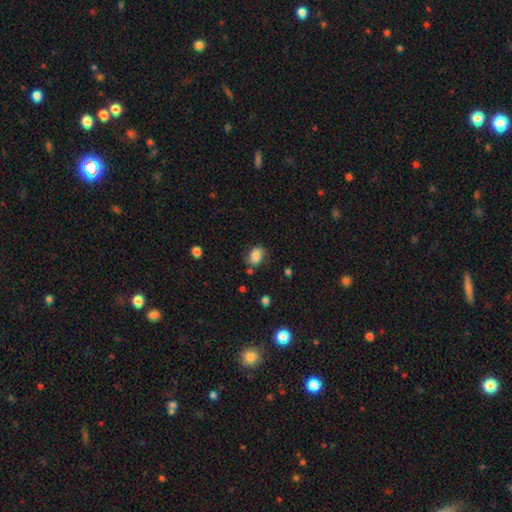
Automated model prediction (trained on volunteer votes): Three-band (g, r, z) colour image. It shows a smooth galaxy with no disk features (79%) that is in between round and cigar-shaped (68%). Merging: none (67%).